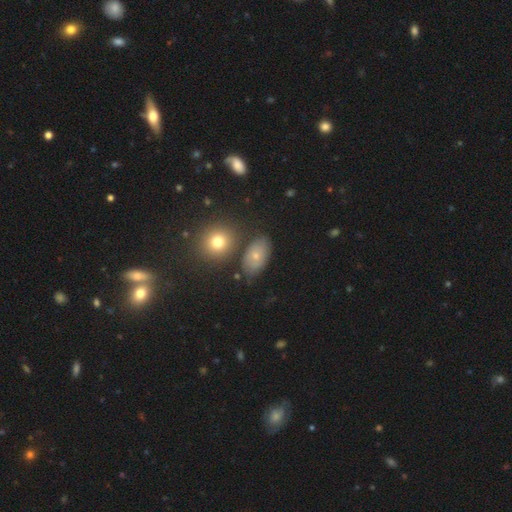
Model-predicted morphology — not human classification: Smooth or featured: smooth — 63% (featured or disk — 25%)
How rounded: in between — 83% (round — 15%)
Merging: none — 73% (minor disturbance — 15%)